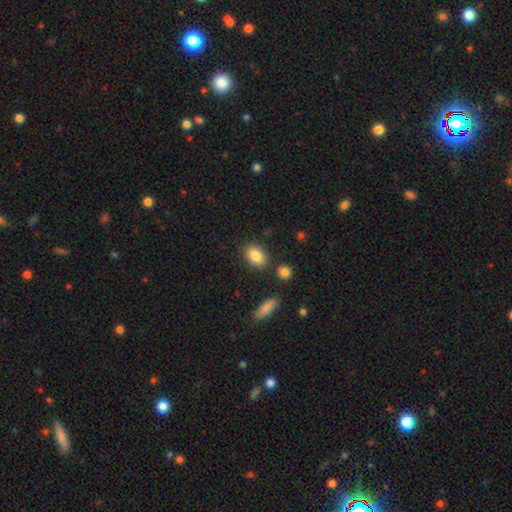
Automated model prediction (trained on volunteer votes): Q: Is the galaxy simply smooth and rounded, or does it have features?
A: smooth — 85%.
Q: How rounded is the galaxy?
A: in between — 85%.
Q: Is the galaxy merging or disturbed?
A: none — 81%.